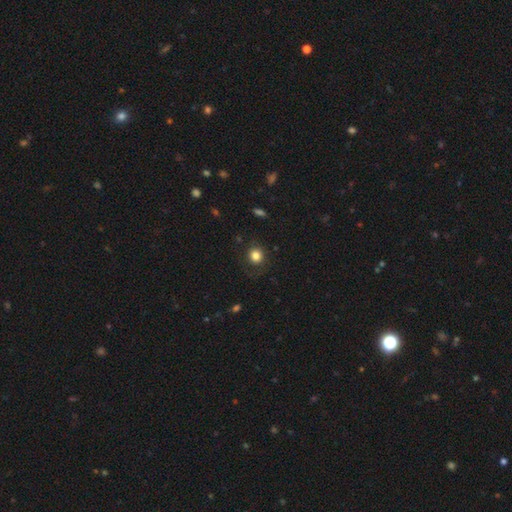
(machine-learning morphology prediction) The model was most divided on "merging": none: 79%, minor disturbance: 12%, major disturbance: 7%, merger: 1%. More confident: how rounded — round (88%); smooth or featured — smooth (82%).